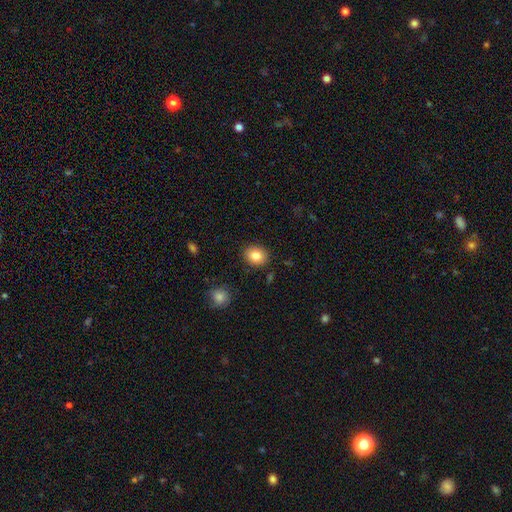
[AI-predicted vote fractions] Smooth or featured? Predicted: smooth (p=0.84). How rounded? Predicted: round (p=0.59). Merging? Predicted: none (p=0.88).